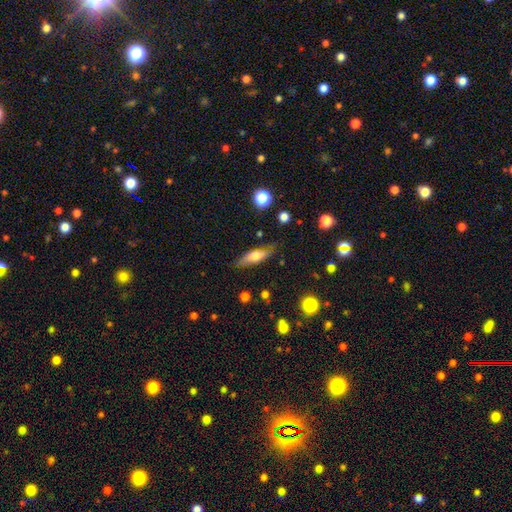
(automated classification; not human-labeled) Smooth or featured?
  - smooth: 57% *
  - featured or disk: 36%
  - star or artifact: 7%
How rounded?
  - in between: 52% *
  - cigar-shaped: 45%
  - round: 3%
Merging?
  - none: 78% *
  - minor disturbance: 16%
  - major disturbance: 4%
  - merger: 2%